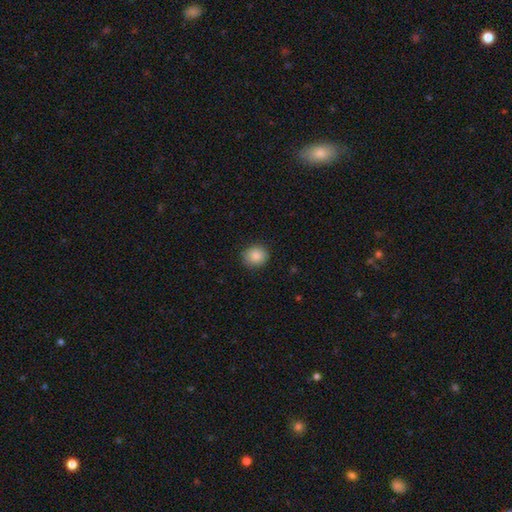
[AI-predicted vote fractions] Morphology: type=smooth (87%); roundness=round (79%); merging=none (89%).